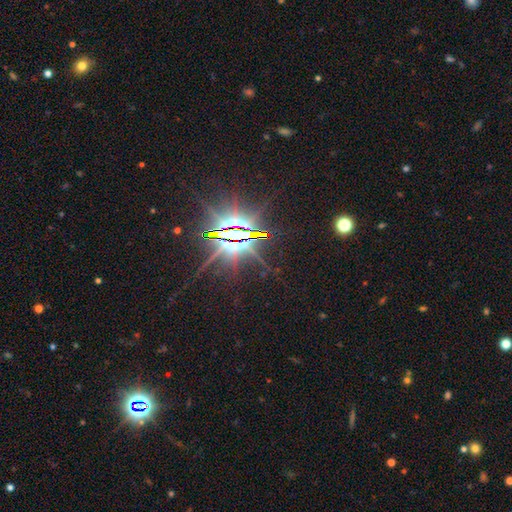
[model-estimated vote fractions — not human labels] Smooth or featured? star or artifact (85%)